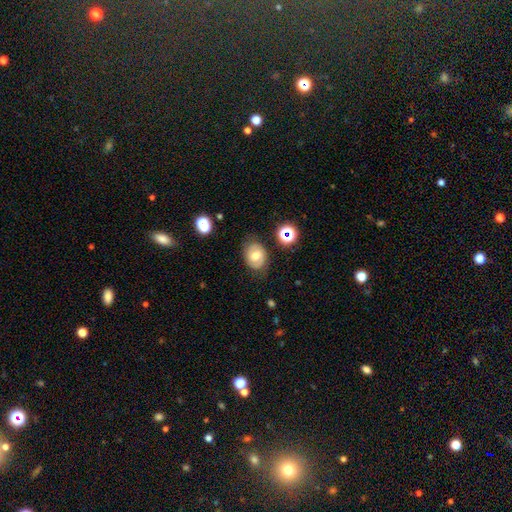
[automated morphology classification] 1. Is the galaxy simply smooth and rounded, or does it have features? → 50% smooth, 39% featured or disk, 11% star or artifact.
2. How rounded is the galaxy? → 62% in between, 37% round, 1% cigar-shaped.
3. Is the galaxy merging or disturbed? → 75% none, 18% minor disturbance, 5% major disturbance, 2% merger.